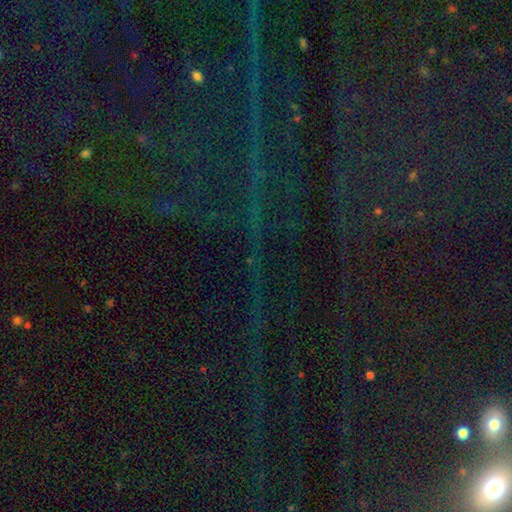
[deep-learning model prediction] Smooth or featured: star or artifact — 83% (smooth — 9%)